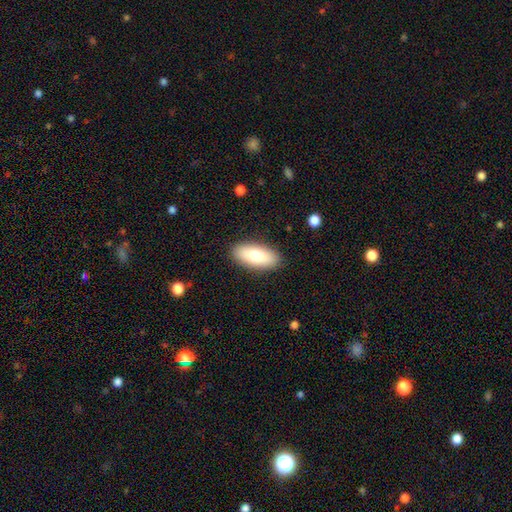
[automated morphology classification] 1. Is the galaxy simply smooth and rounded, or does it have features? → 74% smooth, 20% featured or disk, 6% star or artifact.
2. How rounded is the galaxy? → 86% in between, 12% cigar-shaped, 3% round.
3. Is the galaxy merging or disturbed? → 89% none, 8% minor disturbance, 2% major disturbance, 1% merger.